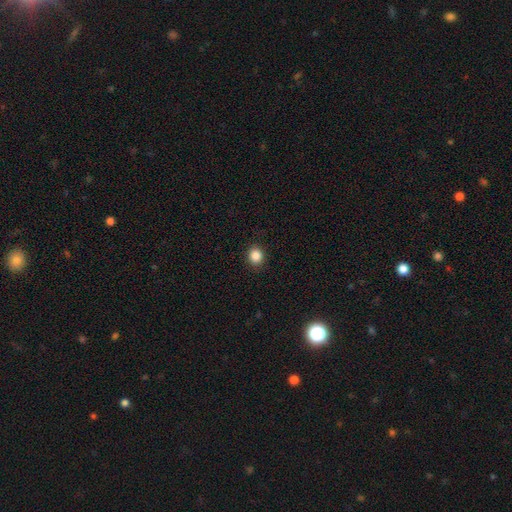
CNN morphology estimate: The model was most divided on "how rounded": round: 80%, in between: 19%, cigar-shaped: 1%. More confident: merging — none (91%); smooth or featured — smooth (86%).